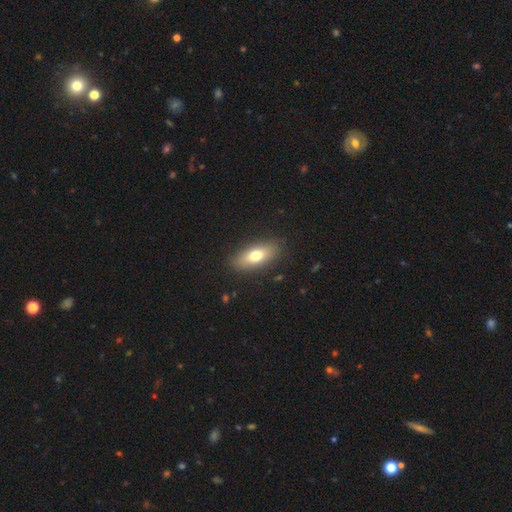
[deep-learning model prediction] smooth-or-featured: smooth: 72% | featured or disk: 21% | star or artifact: 7%
  how-rounded: in between: 75% | cigar-shaped: 21% | round: 4%
  merging: none: 87% | minor disturbance: 9% | major disturbance: 3% | merger: 1%